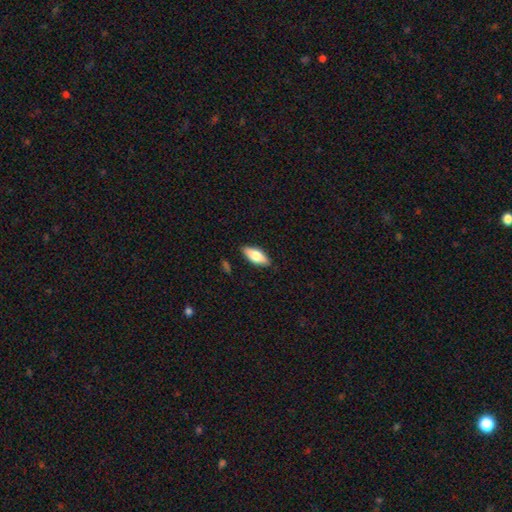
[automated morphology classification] This is likely a smooth galaxy (72%). How rounded: likely in between (79%). Merging: clearly none (87%).